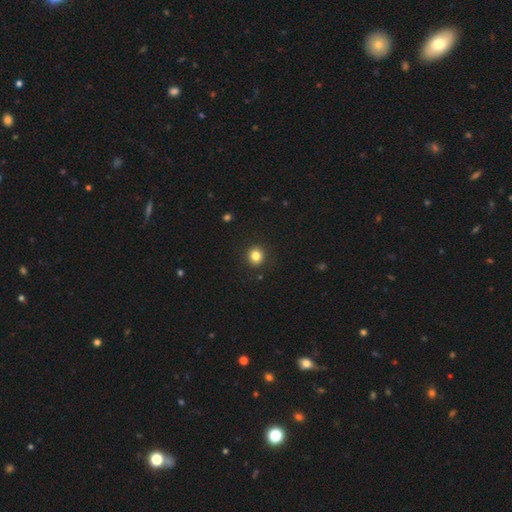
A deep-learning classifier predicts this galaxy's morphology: smooth-or-featured: smooth: 83% | star or artifact: 11% | featured or disk: 5%
  how-rounded: round: 89% | in between: 10% | cigar-shaped: 1%
  merging: none: 92% | minor disturbance: 5% | major disturbance: 2% | merger: 1%